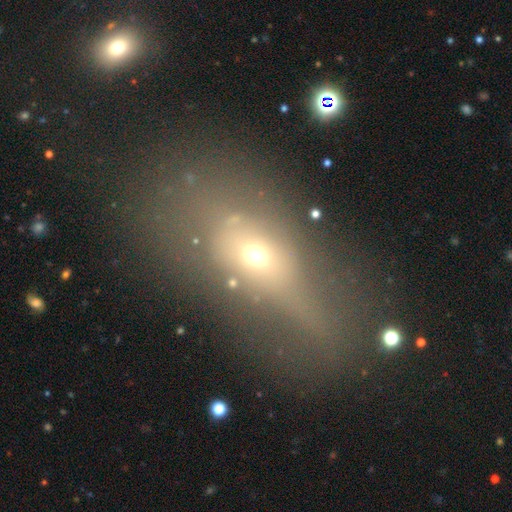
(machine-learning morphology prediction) smooth-or-featured: smooth: 52% | featured or disk: 31% | star or artifact: 17%
  how-rounded: in between: 66% | round: 23% | cigar-shaped: 11%
  merging: none: 35% | major disturbance: 34% | minor disturbance: 18% | merger: 13%